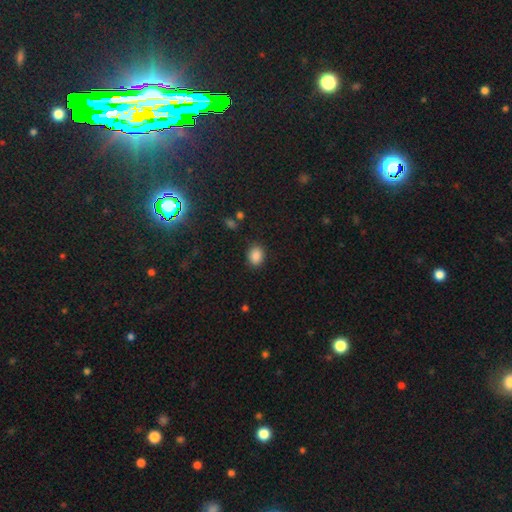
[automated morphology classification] smooth-or-featured: smooth: 86% | star or artifact: 10% | featured or disk: 4%
  how-rounded: in between: 56% | round: 43% | cigar-shaped: 1%
  merging: none: 87% | minor disturbance: 9% | major disturbance: 3% | merger: 1%